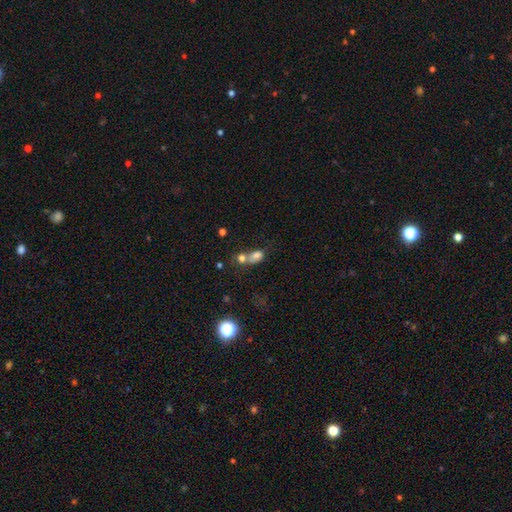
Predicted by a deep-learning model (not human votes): Overall: smooth (72%). How rounded: in between (49%; round 48%). Merging: merger (65%).